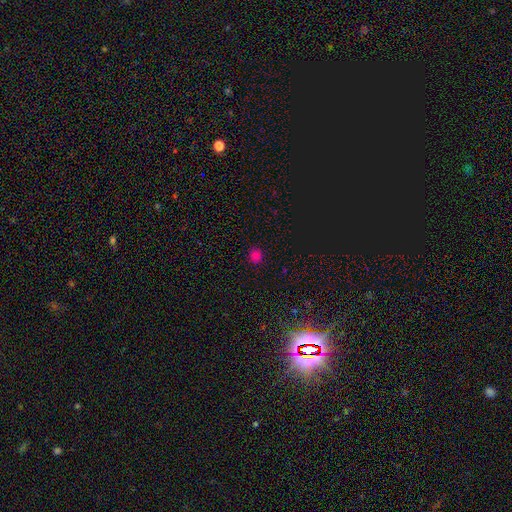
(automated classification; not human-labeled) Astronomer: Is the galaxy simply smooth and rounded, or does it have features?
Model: smooth — 76%.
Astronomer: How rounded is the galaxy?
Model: round — 81%.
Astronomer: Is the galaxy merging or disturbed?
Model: none — 89%.